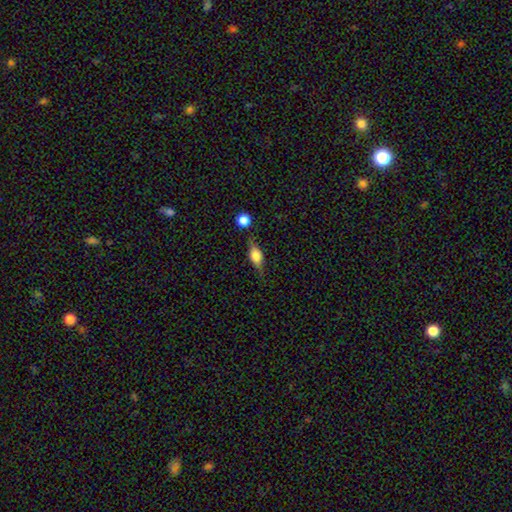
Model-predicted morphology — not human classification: A smooth galaxy with no disk features (60%) that is in between round and cigar-shaped (71%). Merging: none (66%).